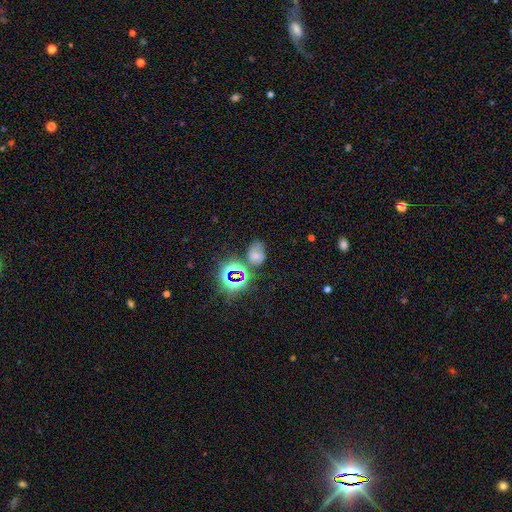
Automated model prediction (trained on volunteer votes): smooth_or_featured: smooth (p=0.50) [alt: star or artifact p=0.34]
merging: none (p=0.49) [alt: minor disturbance p=0.25]